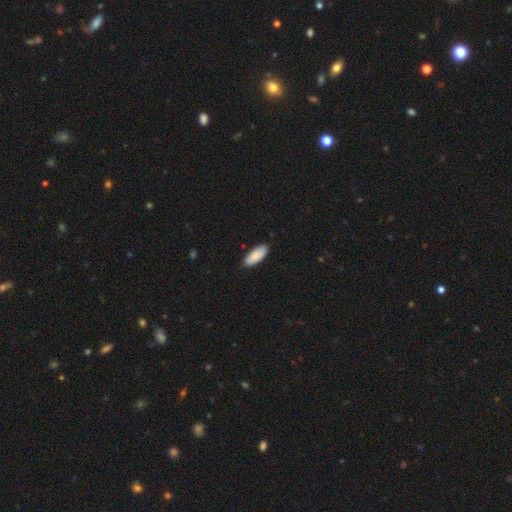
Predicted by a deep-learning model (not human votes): A smooth galaxy with no disk features (88%) that is in between round and cigar-shaped (85%).

Vote fractions:
- Smooth or featured? smooth: 88% / featured or disk: 6% / star or artifact: 6%
- How rounded? in between: 85% / cigar-shaped: 13% / round: 2%
- Merging? none: 87% / minor disturbance: 11% / major disturbance: 2% / merger: 1%